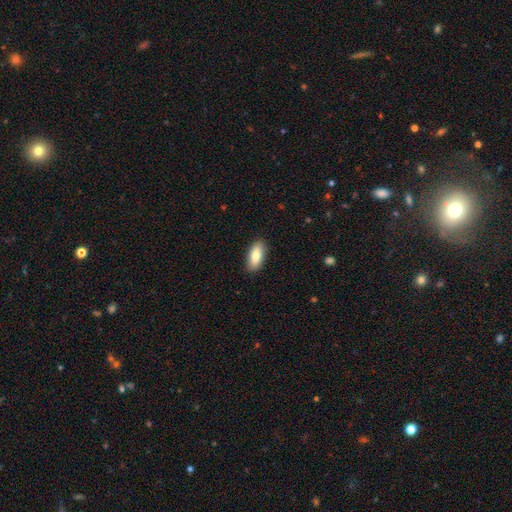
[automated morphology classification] This appears to be a smooth galaxy with no disk features (80%) that is in between round and cigar-shaped (87%). Merging: none (88%).